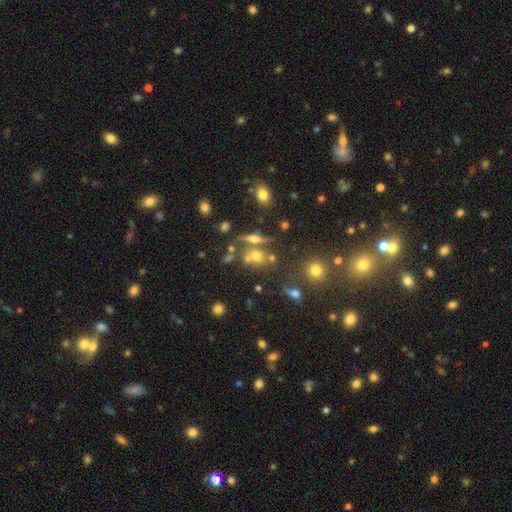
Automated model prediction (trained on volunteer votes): Smooth or featured? smooth (44%)
Merging? none (47%)